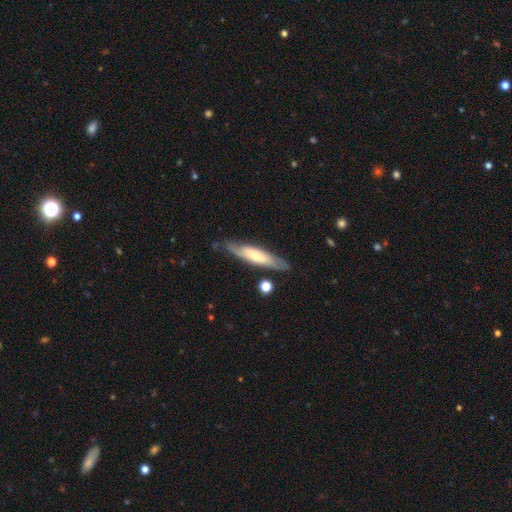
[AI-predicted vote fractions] Morphology: type=featured or disk (55%); edge-on=yes (50%, tied with no); merging=none (75%).